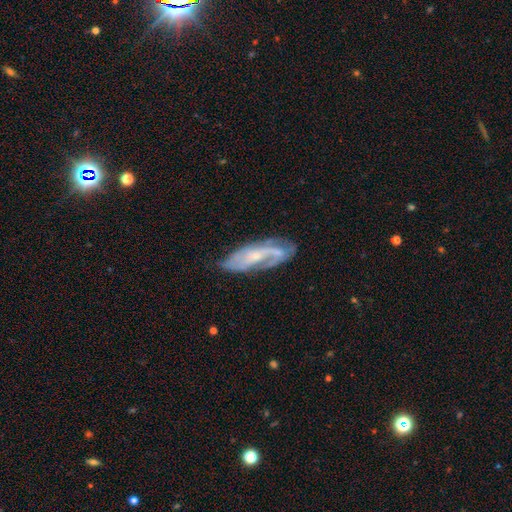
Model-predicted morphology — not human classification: Smooth or featured? Predicted: featured or disk (p=0.74). Edge-on disk? Predicted: no (p=0.86). Bar? Predicted: no (p=0.52). Spiral arms? Predicted: yes (p=0.85). Spiral winding? Predicted: medium (p=0.41). Spiral arm count? Predicted: 2 (p=0.49). Bulge size? Predicted: small (p=0.64). Merging? Predicted: none (p=0.58).